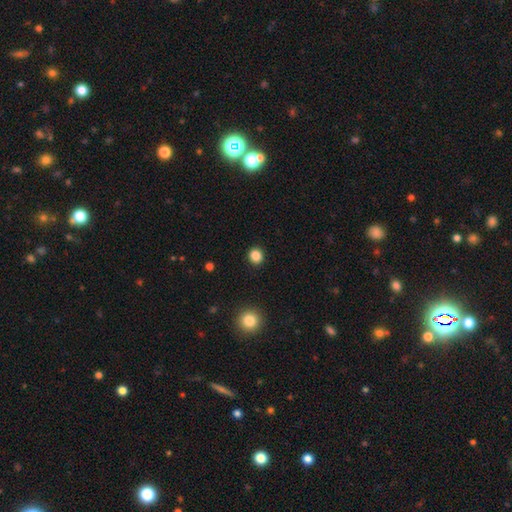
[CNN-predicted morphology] The model was most divided on "smooth or featured": smooth: 85%, star or artifact: 12%, featured or disk: 3%. More confident: merging — none (92%); how rounded — round (88%).